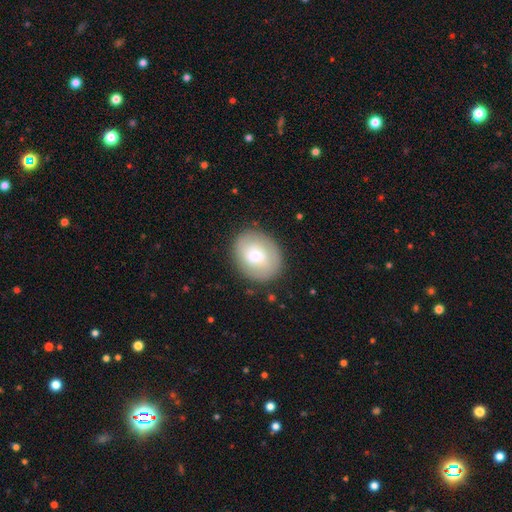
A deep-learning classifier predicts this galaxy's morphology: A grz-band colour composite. It shows a smooth galaxy with no disk features (62%) that is round (55%). Merging: none (82%).